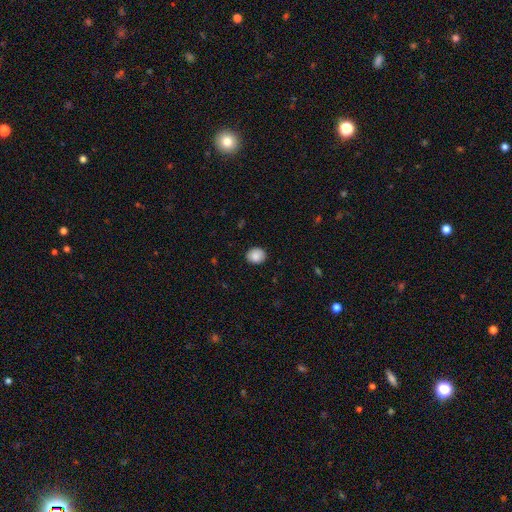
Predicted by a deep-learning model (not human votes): A smooth galaxy with no disk features (88%) that is round (67%). Merging: none (89%).